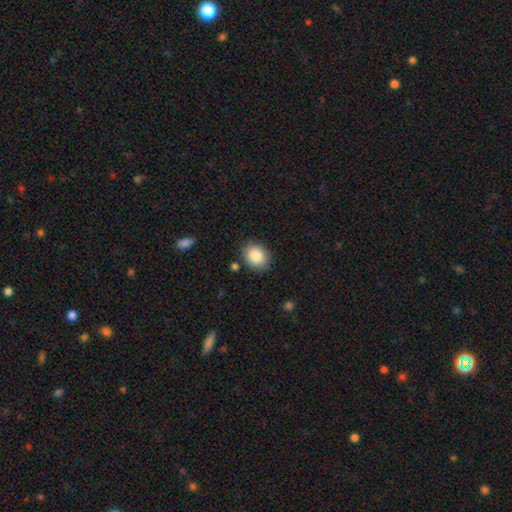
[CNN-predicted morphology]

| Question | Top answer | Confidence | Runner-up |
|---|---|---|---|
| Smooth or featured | smooth | 87% | star or artifact (8%) |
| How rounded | in between | 53% | round (47%) |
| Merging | none | 86% | minor disturbance (10%) |